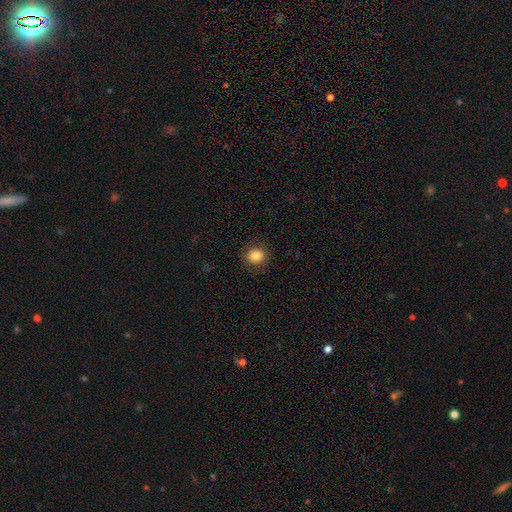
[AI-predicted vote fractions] This appears to be a smooth galaxy with no disk features (83%) that is round (79%). Merging: none (89%).